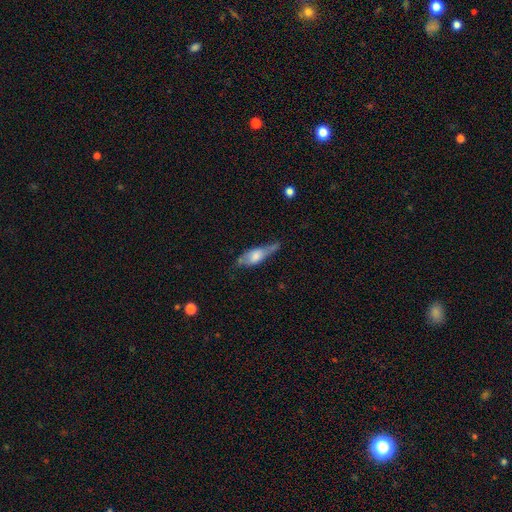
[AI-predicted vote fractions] Smooth or featured?
  - smooth: 49% *
  - featured or disk: 45%
  - star or artifact: 7%
Merging?
  - none: 45% *
  - minor disturbance: 34%
  - major disturbance: 16%
  - merger: 4%